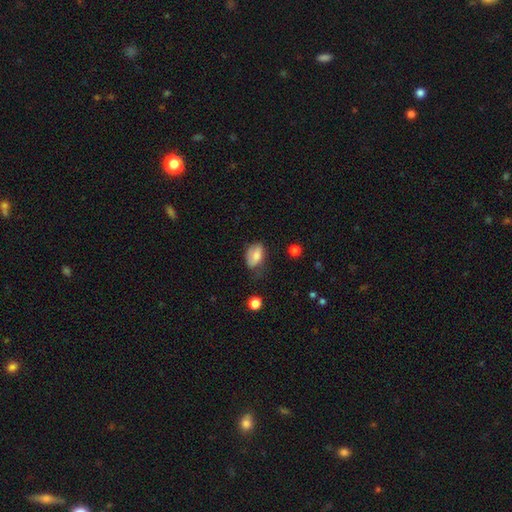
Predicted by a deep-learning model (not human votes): This is likely a smooth galaxy (73%). How rounded: clearly in between (89%). Merging: possibly none (46%).